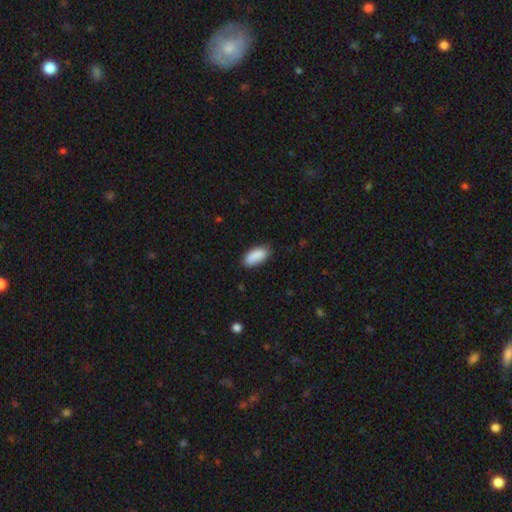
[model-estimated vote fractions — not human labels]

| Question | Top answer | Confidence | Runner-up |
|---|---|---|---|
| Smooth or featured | smooth | 89% | star or artifact (7%) |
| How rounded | in between | 86% | cigar-shaped (12%) |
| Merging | none | 81% | minor disturbance (15%) |